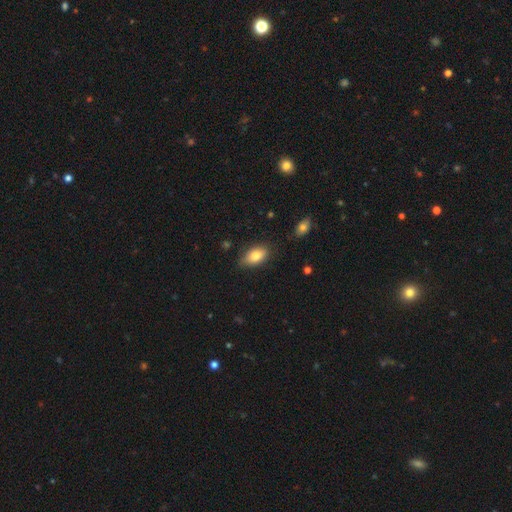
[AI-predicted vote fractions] Smooth or featured? smooth (82%)
How rounded? in between (90%)
Merging? none (79%)